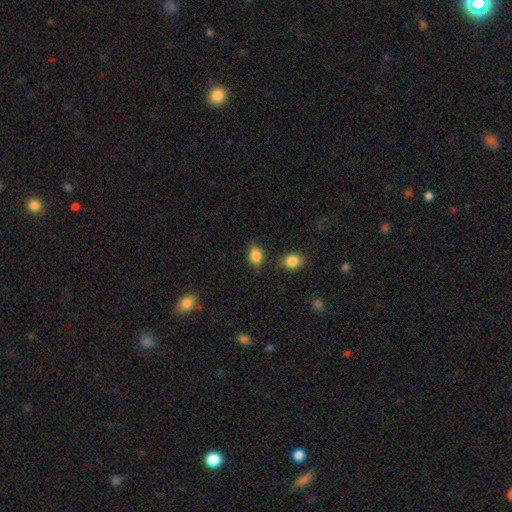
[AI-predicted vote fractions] Q: Smooth or featured?
A: smooth (86%); runner-up: star or artifact (9%)
Q: How rounded?
A: in between (68%); runner-up: round (30%)
Q: Merging?
A: none (74%); runner-up: minor disturbance (16%)